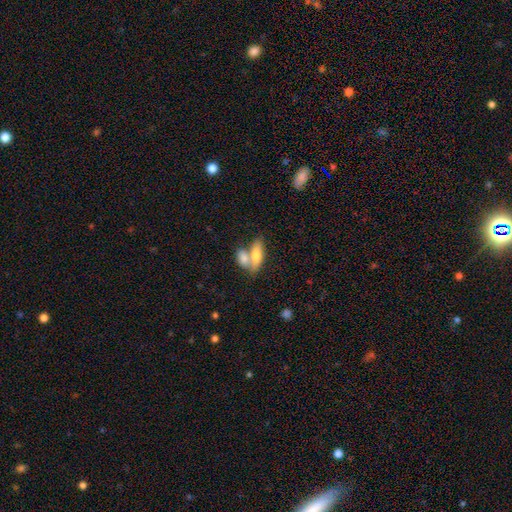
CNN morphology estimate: smooth_or_featured: smooth (p=0.72) [alt: featured or disk p=0.22]
how_rounded: in between (p=0.77) [alt: cigar-shaped p=0.18]
merging: merger (p=0.62) [alt: none p=0.28]